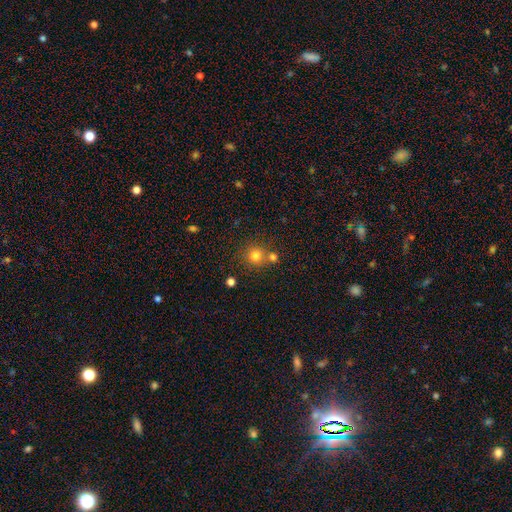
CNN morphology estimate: smooth-or-featured: smooth: 79% | star or artifact: 14% | featured or disk: 8%
  how-rounded: round: 91% | in between: 8% | cigar-shaped: 1%
  merging: none: 63% | merger: 26% | minor disturbance: 8% | major disturbance: 3%